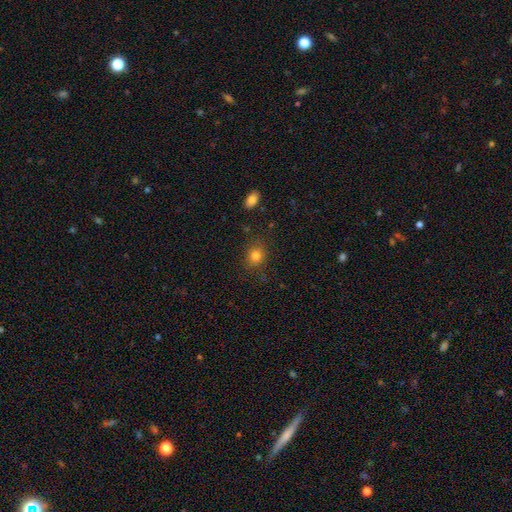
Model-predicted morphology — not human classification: Q: Smooth or featured?
A: smooth (81%); runner-up: star or artifact (12%)
Q: How rounded?
A: round (68%); runner-up: in between (31%)
Q: Merging?
A: none (83%); runner-up: minor disturbance (11%)